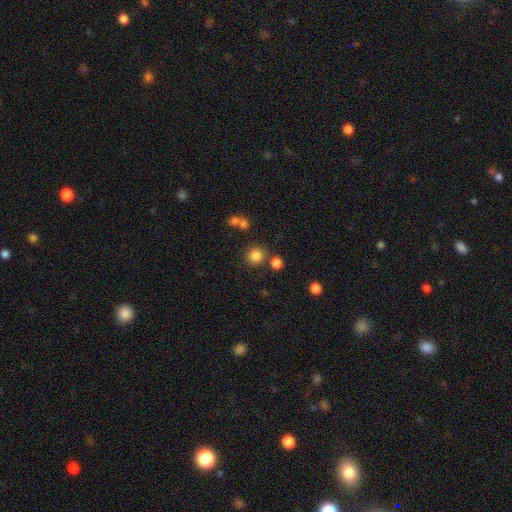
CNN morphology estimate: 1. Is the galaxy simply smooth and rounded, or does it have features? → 82% smooth, 13% star or artifact, 5% featured or disk.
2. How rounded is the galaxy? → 91% round, 8% in between, 1% cigar-shaped.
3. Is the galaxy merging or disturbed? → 77% none, 12% merger, 8% minor disturbance, 4% major disturbance.